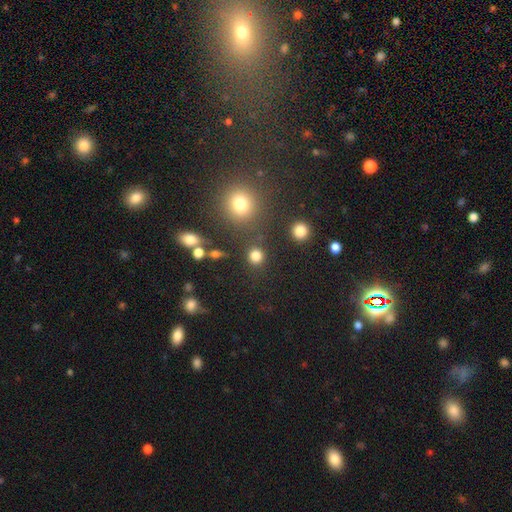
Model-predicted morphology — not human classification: type=smooth (80%); roundness=round (91%); merging=none (84%).